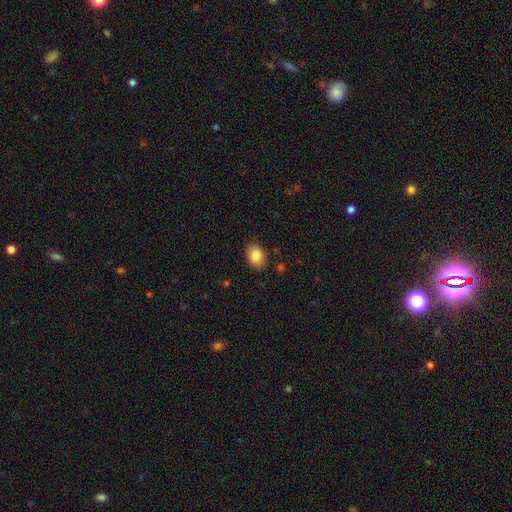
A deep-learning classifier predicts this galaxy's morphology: smooth 85%, star or artifact 8%, featured or disk 7%. Down the decision tree: how rounded — in between (74%); merging — none (86%).